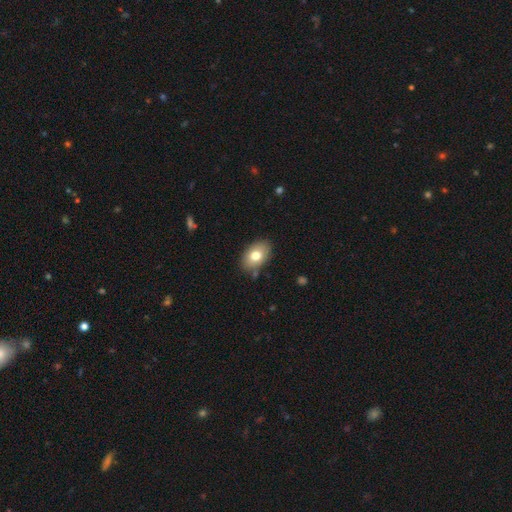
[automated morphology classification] Smooth or featured? smooth (76%)
How rounded? in between (86%)
Merging? none (82%)